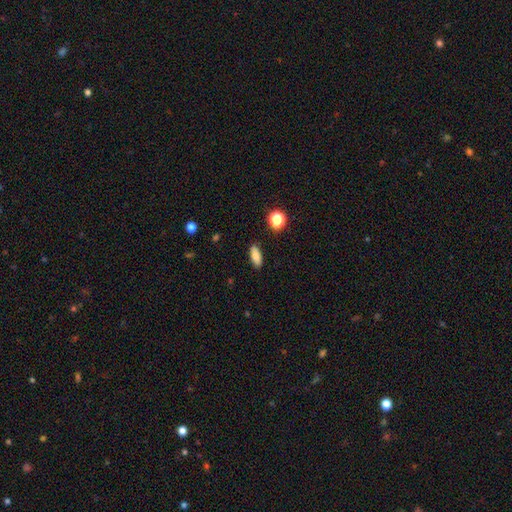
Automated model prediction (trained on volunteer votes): This is clearly a smooth galaxy (81%). How rounded: likely in between (74%). Merging: clearly none (88%).